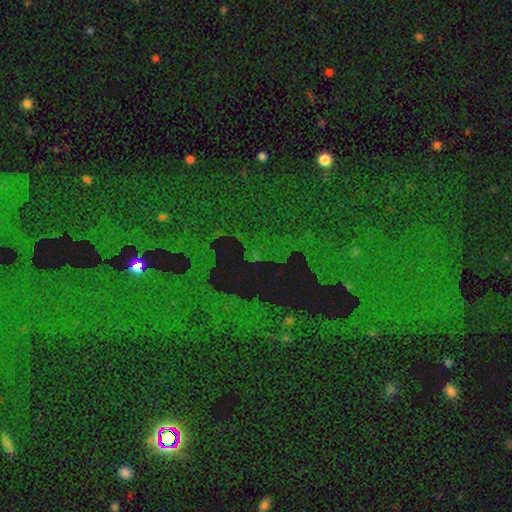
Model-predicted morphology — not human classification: Smooth or featured?
  - star or artifact: 73% *
  - smooth: 15%
  - featured or disk: 11%